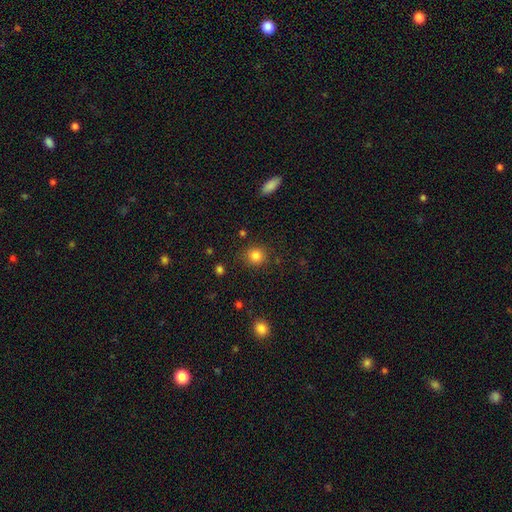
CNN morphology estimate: Q: Smooth or featured?
A: smooth (84%); runner-up: star or artifact (11%)
Q: How rounded?
A: round (87%); runner-up: in between (12%)
Q: Merging?
A: none (86%); runner-up: minor disturbance (9%)